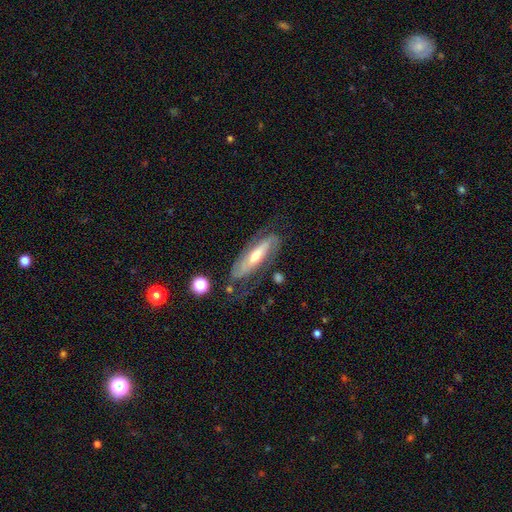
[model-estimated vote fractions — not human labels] Q: Smooth or featured?
A: featured or disk (77%); runner-up: smooth (16%)
Q: Edge-on disk?
A: no (77%); runner-up: yes (23%)
Q: Bar?
A: no (37%); runner-up: strong (36%)
Q: Spiral arms?
A: yes (88%); runner-up: no (12%)
Q: Spiral winding?
A: tight (42%); runner-up: medium (38%)
Q: Spiral arm count?
A: 2 (76%); runner-up: can't tell (15%)
Q: Bulge size?
A: moderate (56%); runner-up: small (38%)
Q: Merging?
A: none (67%); runner-up: minor disturbance (19%)